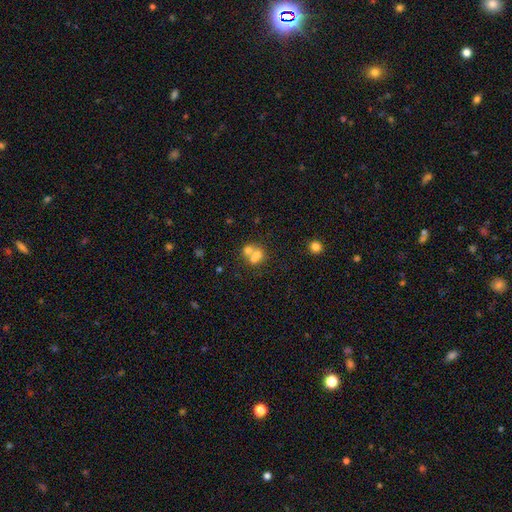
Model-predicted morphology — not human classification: Smooth or featured? smooth (60%)
How rounded? round (62%)
Merging? merger (60%)